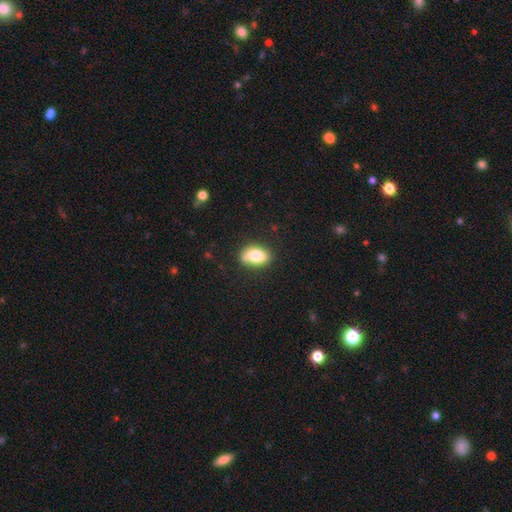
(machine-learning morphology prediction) This is likely a smooth galaxy (78%). How rounded: clearly in between (85%). Merging: likely none (71%).